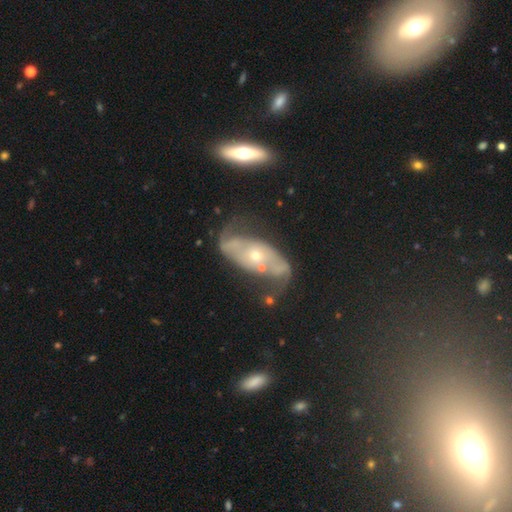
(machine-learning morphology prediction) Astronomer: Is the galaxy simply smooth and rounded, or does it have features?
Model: featured or disk — 74%.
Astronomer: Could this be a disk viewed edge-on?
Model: no — 87%.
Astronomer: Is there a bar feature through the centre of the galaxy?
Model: no — 77%.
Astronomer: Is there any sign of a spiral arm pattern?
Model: yes — 69%.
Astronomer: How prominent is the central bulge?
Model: small — 62%.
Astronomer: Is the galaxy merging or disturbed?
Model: none — 38% (runner-up: major disturbance, 26%).